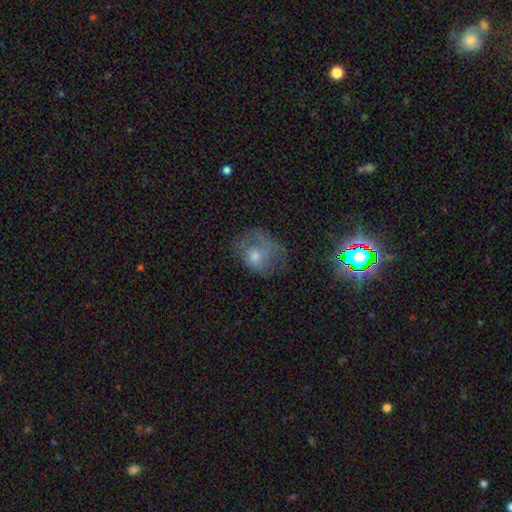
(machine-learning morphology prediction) Smooth or featured? smooth (44%)
Merging? none (40%)